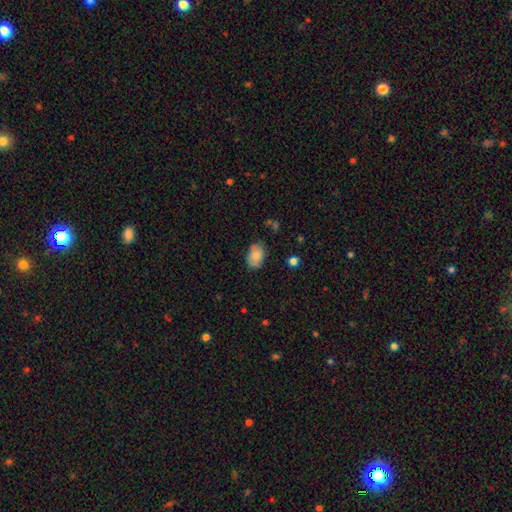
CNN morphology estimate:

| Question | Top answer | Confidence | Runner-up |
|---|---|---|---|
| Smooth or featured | smooth | 83% | featured or disk (10%) |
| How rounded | in between | 87% | round (12%) |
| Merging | none | 76% | minor disturbance (18%) |